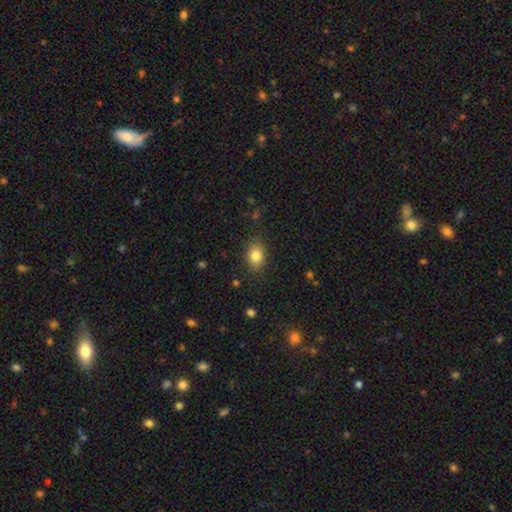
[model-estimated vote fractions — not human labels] This is clearly a smooth galaxy (82%). How rounded: likely in between (74%). Merging: clearly none (84%).